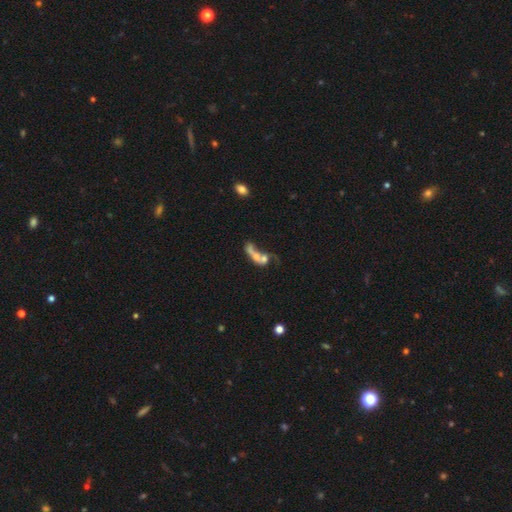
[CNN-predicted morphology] This is possibly a featured or disk galaxy (47%). Merging: possibly merger (59%).